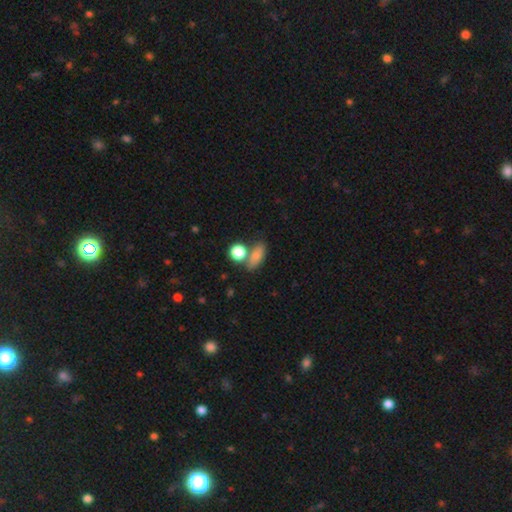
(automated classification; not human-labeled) Smooth or featured? Predicted: smooth (p=0.80). How rounded? Predicted: in between (p=0.64). Merging? Predicted: none (p=0.55).